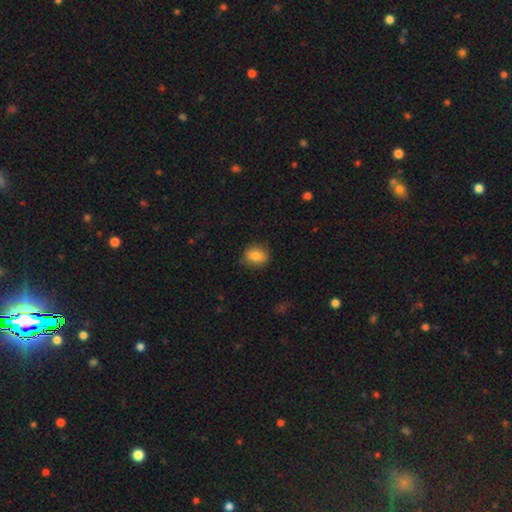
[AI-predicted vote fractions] Q: Smooth or featured?
A: smooth (82%); runner-up: featured or disk (9%)
Q: How rounded?
A: in between (50%); runner-up: round (48%)
Q: Merging?
A: none (79%); runner-up: minor disturbance (17%)